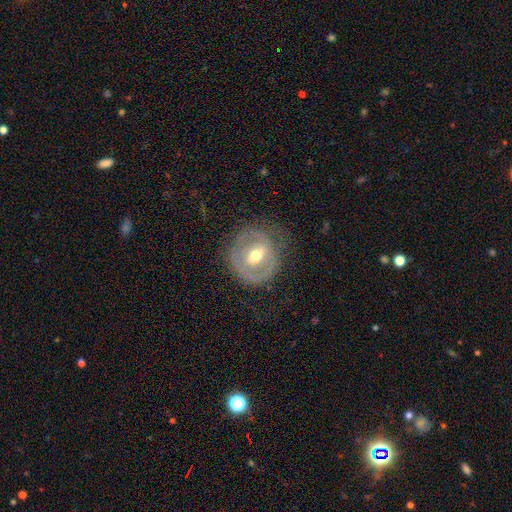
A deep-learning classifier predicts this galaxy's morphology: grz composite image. It shows a featured or disk galaxy (68%) with a weak bar (45%), spiral arms (50%, tied with no) and a moderate central bulge (70%). Merging: none (64%).